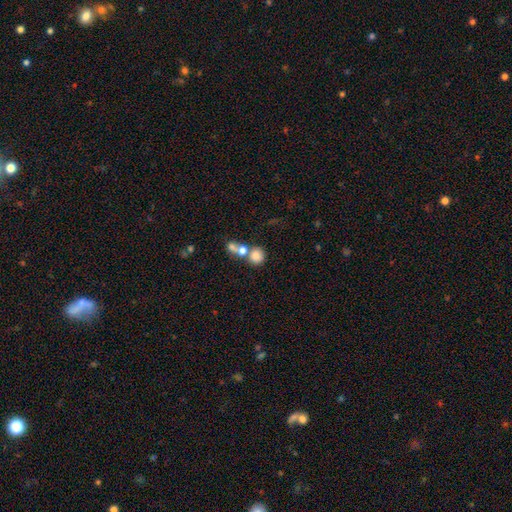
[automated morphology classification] This appears to be a smooth galaxy with no disk features (78%) that is round (81%). Merging: merger (49%).